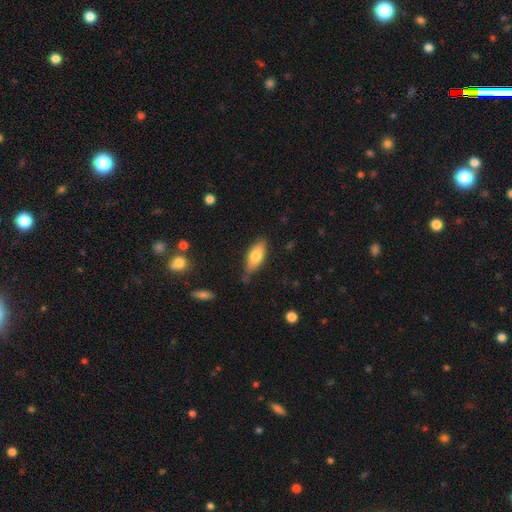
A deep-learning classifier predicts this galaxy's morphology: smooth_or_featured: smooth (p=0.75) [alt: featured or disk p=0.18]
how_rounded: in between (p=0.79) [alt: cigar-shaped p=0.19]
merging: none (p=0.76) [alt: minor disturbance p=0.18]